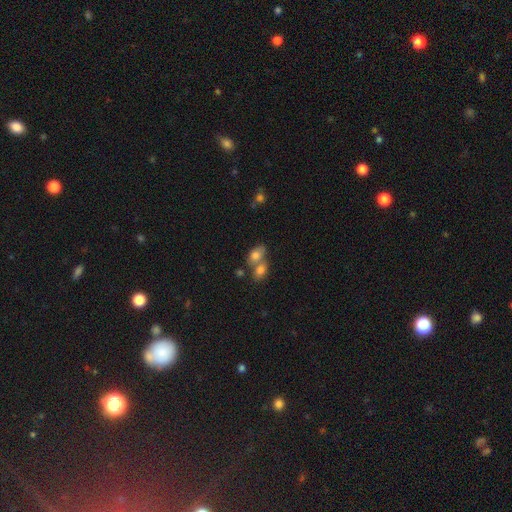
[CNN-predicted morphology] Overall: smooth (77%). How rounded: in between (82%). Merging: merger (57%; none 30%).